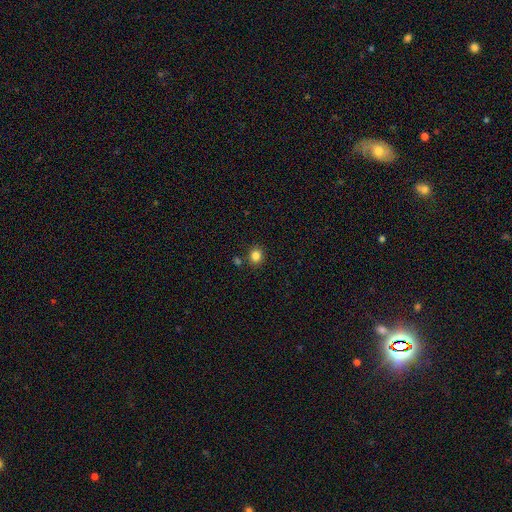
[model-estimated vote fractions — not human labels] A smooth galaxy with no disk features (84%) that is round (77%).

Vote fractions:
- Smooth or featured? smooth: 84% / star or artifact: 12% / featured or disk: 4%
- How rounded? round: 77% / in between: 22% / cigar-shaped: 1%
- Merging? none: 85% / minor disturbance: 8% / merger: 5% / major disturbance: 2%